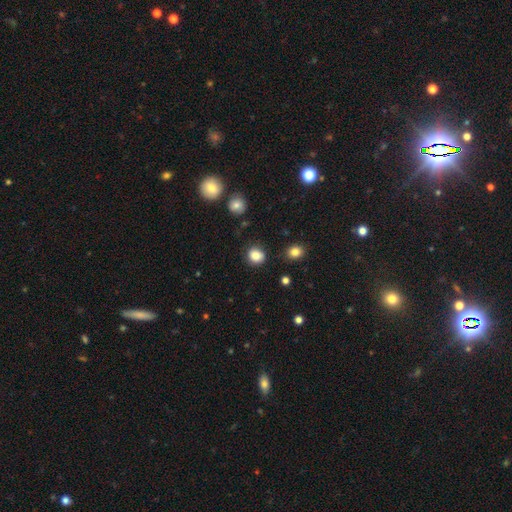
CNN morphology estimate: type=smooth (86%); roundness=round (77%); merging=none (85%).